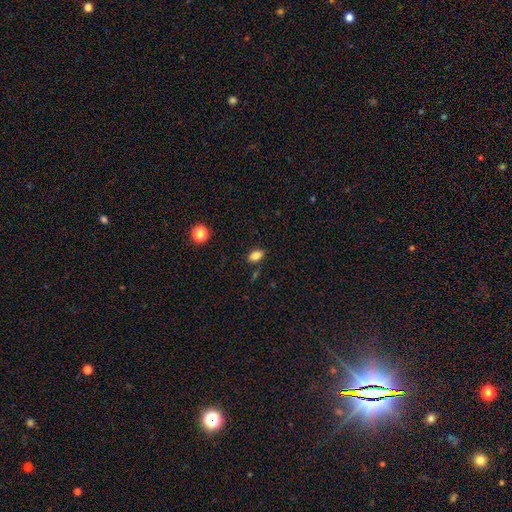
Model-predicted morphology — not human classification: Smooth or featured: smooth — 82% (star or artifact — 11%)
How rounded: in between — 86% (round — 10%)
Merging: none — 80% (minor disturbance — 13%)